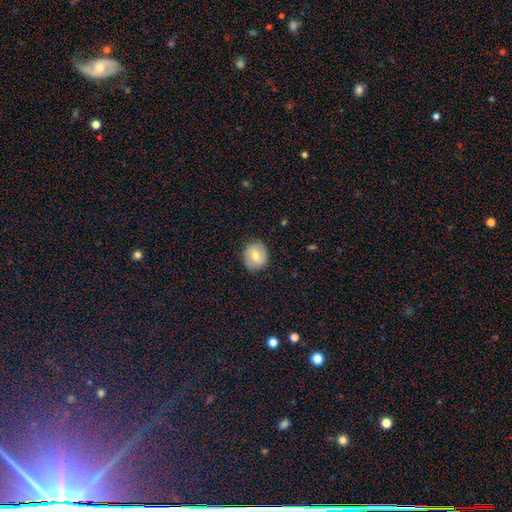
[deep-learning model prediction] This is possibly a smooth galaxy (59%). How rounded: likely round (72%). Merging: clearly none (84%).